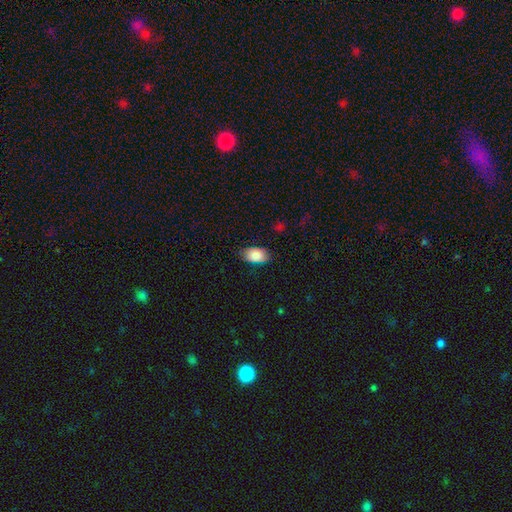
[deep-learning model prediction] This appears to be a smooth galaxy with no disk features (85%) that is in between round and cigar-shaped (89%). Merging: none (76%).